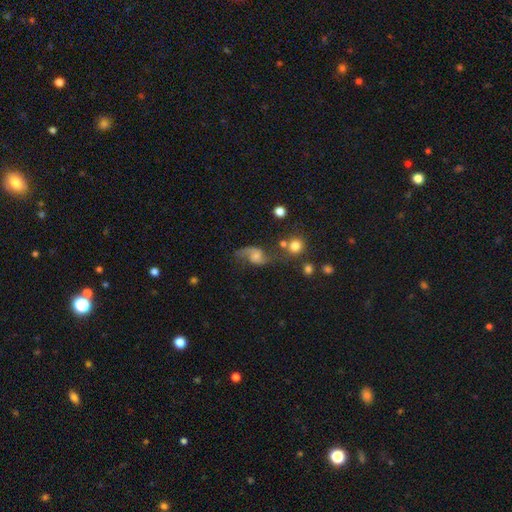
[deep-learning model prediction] Smooth or featured? featured or disk (75%)
Edge-on disk? no (97%)
Bar? no (58%)
Spiral arms? yes (94%)
Spiral winding? loose (75%)
Spiral arm count? 2 (89%)
Bulge size? small (35%, tied with moderate)
Merging? none (54%)